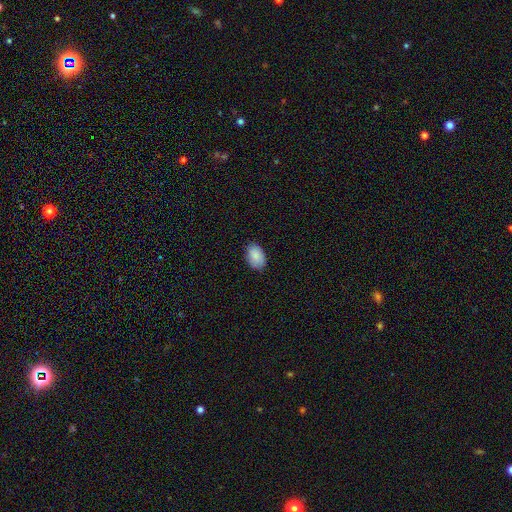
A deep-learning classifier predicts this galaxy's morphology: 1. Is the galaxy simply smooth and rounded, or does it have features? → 88% smooth, 7% star or artifact, 5% featured or disk.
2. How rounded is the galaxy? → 90% in between, 9% round, 1% cigar-shaped.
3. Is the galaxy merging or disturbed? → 84% none, 12% minor disturbance, 2% major disturbance, 1% merger.